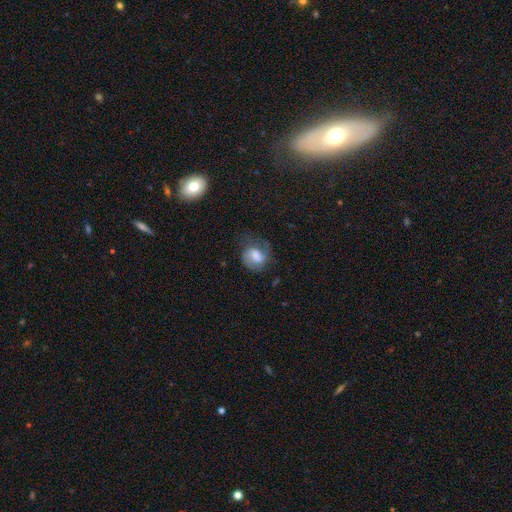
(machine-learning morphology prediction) smooth_or_featured: featured or disk (p=0.49) [alt: smooth p=0.41]
merging: none (p=0.52) [alt: minor disturbance p=0.25]